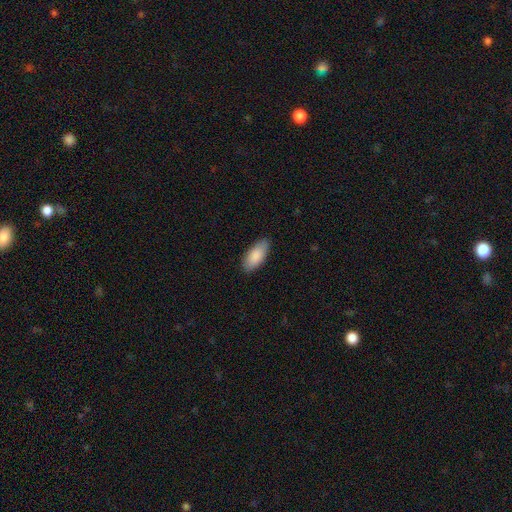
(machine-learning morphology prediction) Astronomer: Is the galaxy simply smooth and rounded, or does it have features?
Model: smooth — 88%.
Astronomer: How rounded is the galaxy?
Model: in between — 87%.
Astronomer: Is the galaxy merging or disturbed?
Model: none — 86%.